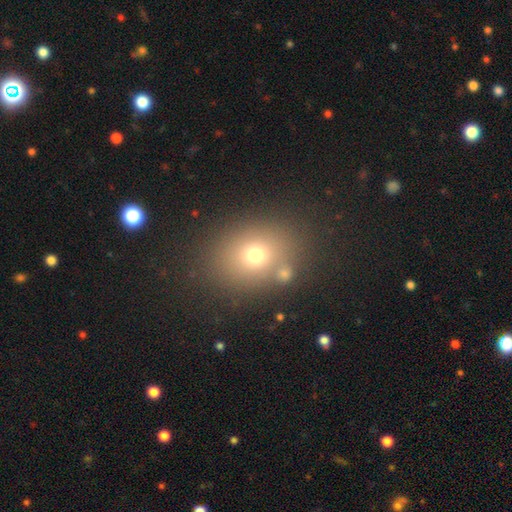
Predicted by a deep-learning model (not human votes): Overall: smooth (68%). How rounded: round (52%; in between 47%). Merging: none (76%).